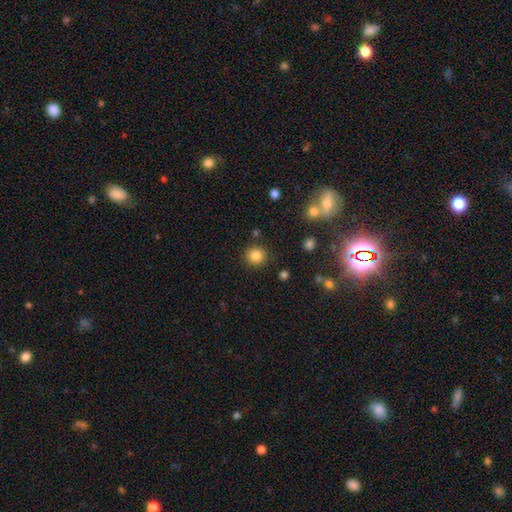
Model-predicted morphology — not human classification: Smooth or featured?
  - smooth: 84% *
  - star or artifact: 11%
  - featured or disk: 5%
How rounded?
  - round: 92% *
  - in between: 7%
  - cigar-shaped: 1%
Merging?
  - none: 89% *
  - minor disturbance: 7%
  - major disturbance: 2%
  - merger: 2%